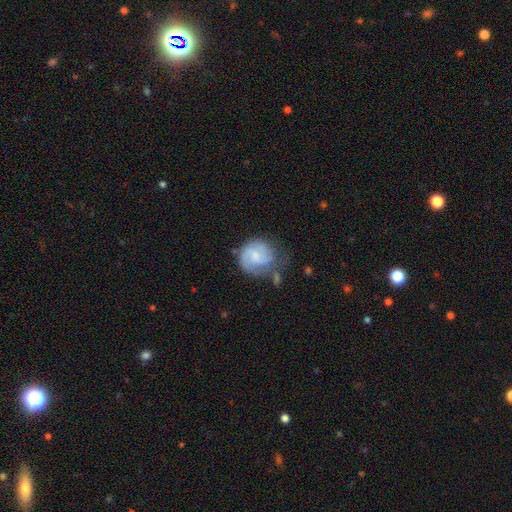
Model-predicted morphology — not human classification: type=featured or disk (57%); edge-on=no (98%); bar=no (47%); spiral arms=yes (87%); bulge=small (47%); merging=none (46%).